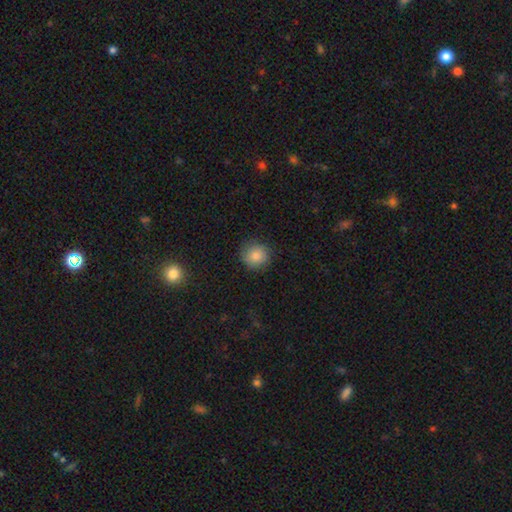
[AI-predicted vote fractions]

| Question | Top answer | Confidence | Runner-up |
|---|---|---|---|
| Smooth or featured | smooth | 83% | star or artifact (10%) |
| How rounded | round | 91% | in between (8%) |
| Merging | none | 85% | minor disturbance (11%) |